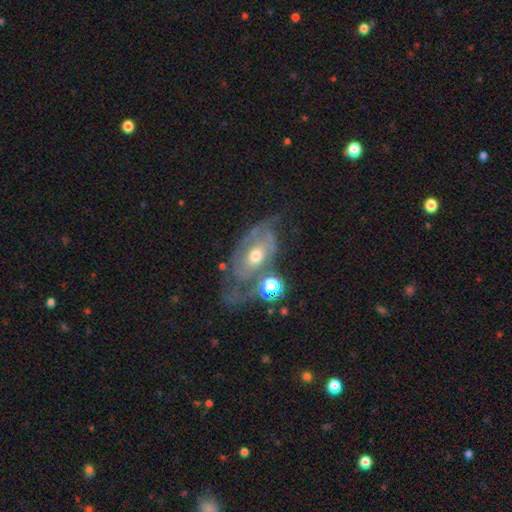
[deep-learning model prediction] Overall: featured or disk (71%). Edge-on disk: no (93%). Bar: no (75%). Spiral arms: yes (68%; no 32%). Bulge size: moderate (67%). Merging: none (42%; major disturbance 25%).